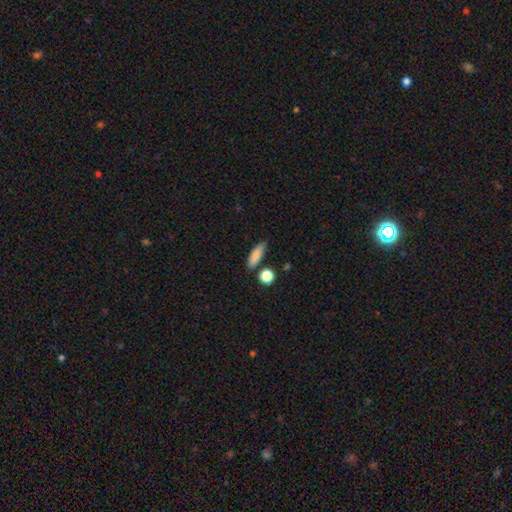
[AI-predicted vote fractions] Smooth or featured? smooth (84%)
How rounded? in between (57%)
Merging? none (78%)